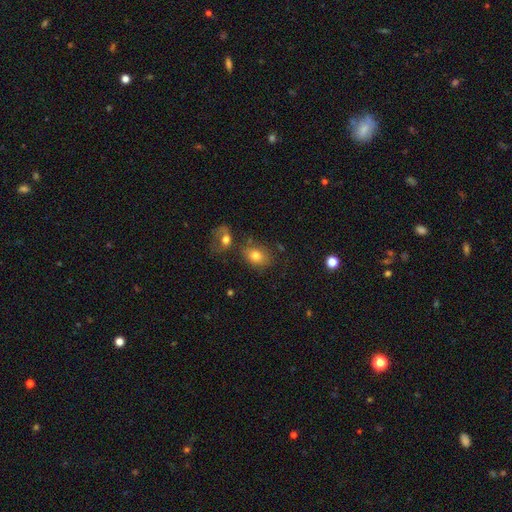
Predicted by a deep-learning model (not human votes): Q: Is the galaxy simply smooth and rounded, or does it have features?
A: smooth — 76%.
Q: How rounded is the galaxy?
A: in between — 69%.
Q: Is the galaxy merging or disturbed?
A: none — 64%.